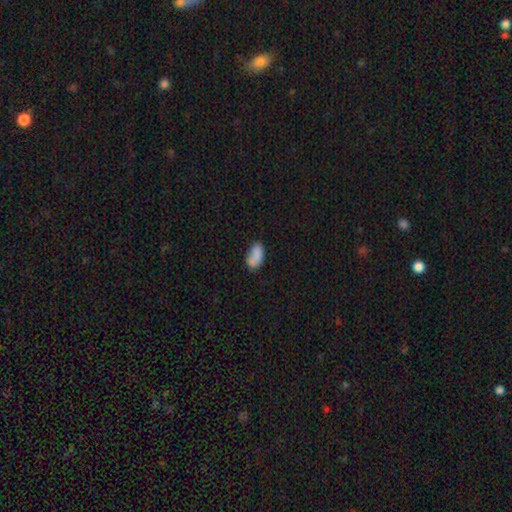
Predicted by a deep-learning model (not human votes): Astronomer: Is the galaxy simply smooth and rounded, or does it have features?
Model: smooth — 80%.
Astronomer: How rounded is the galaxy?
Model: in between — 91%.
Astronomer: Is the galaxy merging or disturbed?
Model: none — 54%.